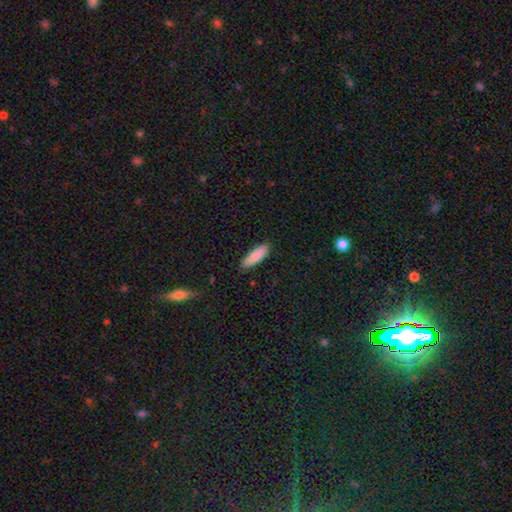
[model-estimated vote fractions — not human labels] smooth 86%, featured or disk 8%, star or artifact 6%. Down the decision tree: how rounded — cigar-shaped (52%); merging — none (87%).